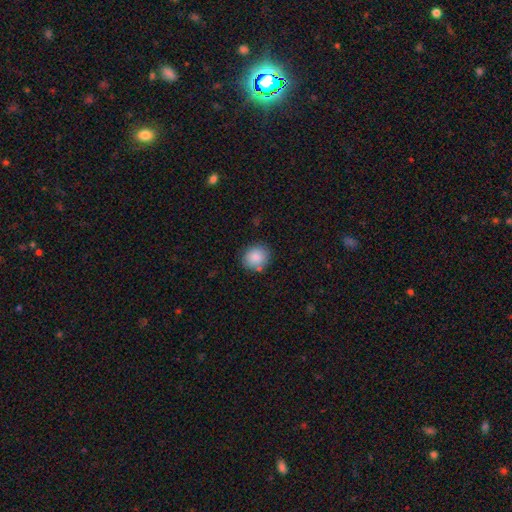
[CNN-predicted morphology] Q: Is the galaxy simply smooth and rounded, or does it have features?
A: smooth — 87%.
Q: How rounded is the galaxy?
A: round — 79%.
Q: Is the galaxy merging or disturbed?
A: none — 82%.